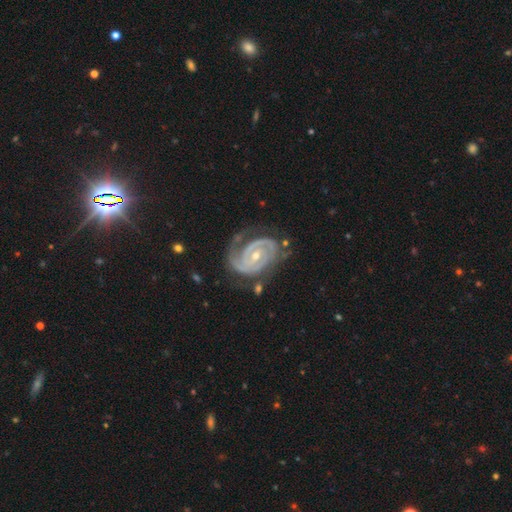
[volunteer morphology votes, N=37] smooth_or_featured: featured or disk (p=0.97) [alt: star or artifact p=0.03]
disk_edge_on: no (p=0.97) [alt: yes p=0.03]
bar: weak (p=0.46) [alt: strong p=0.31]
has_spiral_arms: yes (p=0.97) [alt: no p=0.03]
spiral_winding: tight (p=0.76) [alt: medium p=0.18]
spiral_arm_count: 2 (p=0.88) [alt: 3 p=0.06]
bulge_size: small (p=0.60) [alt: moderate p=0.37]
merging: none (p=0.61) [alt: minor disturbance p=0.25]